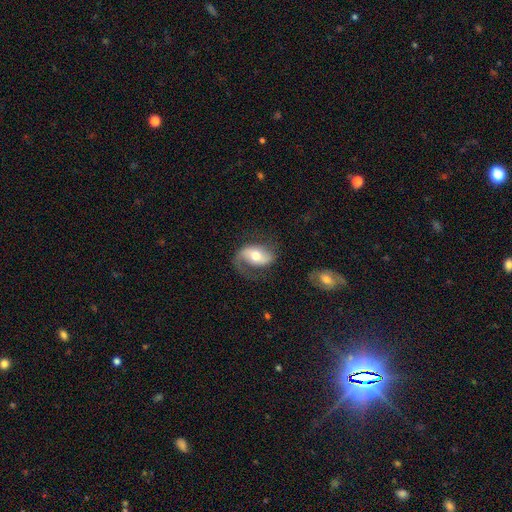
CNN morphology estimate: smooth_or_featured: featured or disk (p=0.69) [alt: smooth p=0.25]
disk_edge_on: no (p=0.95) [alt: yes p=0.05]
bar: no (p=0.41) [alt: weak p=0.34]
has_spiral_arms: yes (p=0.89) [alt: no p=0.11]
spiral_winding: loose (p=0.48) [alt: medium p=0.38]
spiral_arm_count: 2 (p=0.65) [alt: 1 p=0.28]
bulge_size: moderate (p=0.71) [alt: small p=0.17]
merging: none (p=0.57) [alt: minor disturbance p=0.22]